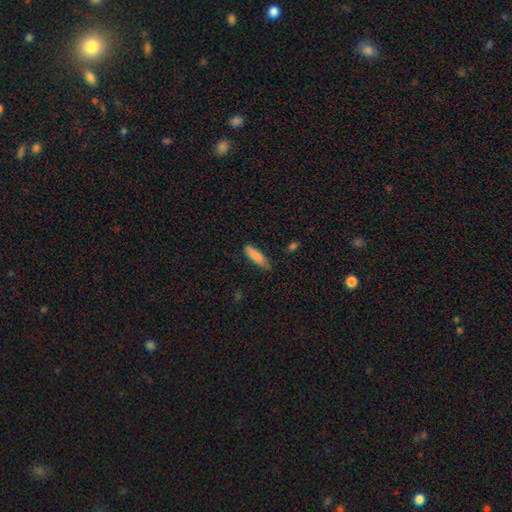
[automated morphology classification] A smooth galaxy with no disk features (84%) that is cigar-shaped (59%). Merging: none (69%).